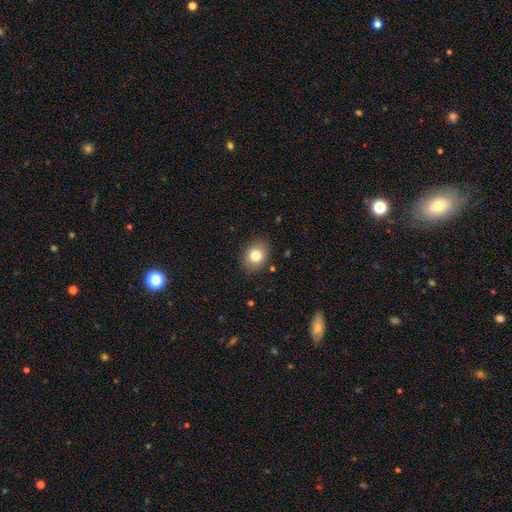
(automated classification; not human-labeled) Q: Smooth or featured?
A: smooth (81%); runner-up: star or artifact (10%)
Q: How rounded?
A: in between (51%); runner-up: round (48%)
Q: Merging?
A: none (87%); runner-up: minor disturbance (9%)